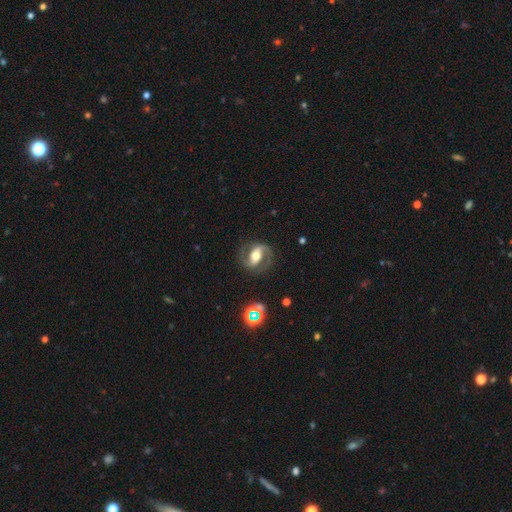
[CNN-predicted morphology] featured or disk 84%, smooth 10%, star or artifact 6%. Down the decision tree: edge-on disk — no (96%); bar — strong (52%); spiral arms — yes (94%); spiral arm count — 2 (91%); spiral winding — medium (56%); bulge size — moderate (65%); merging — none (80%).